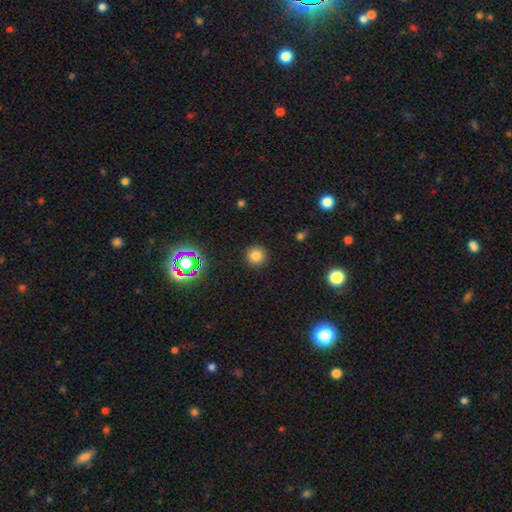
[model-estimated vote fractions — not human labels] Q: Smooth or featured?
A: smooth (78%); runner-up: star or artifact (16%)
Q: How rounded?
A: round (95%); runner-up: in between (4%)
Q: Merging?
A: none (91%); runner-up: minor disturbance (6%)